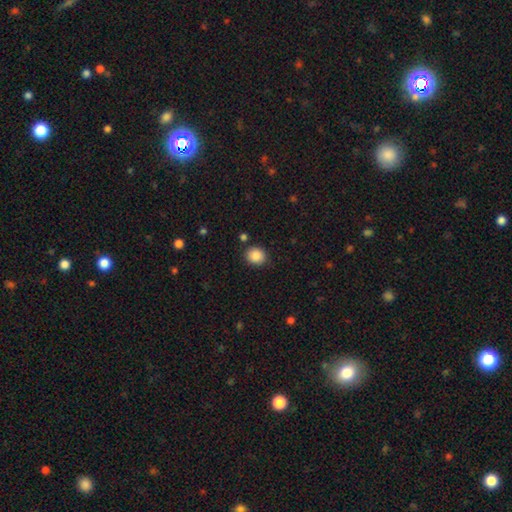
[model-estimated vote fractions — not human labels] Smooth or featured?
  - smooth: 88% *
  - star or artifact: 9%
  - featured or disk: 3%
How rounded?
  - round: 72% *
  - in between: 27%
  - cigar-shaped: 1%
Merging?
  - none: 86% *
  - minor disturbance: 9%
  - merger: 3%
  - major disturbance: 3%